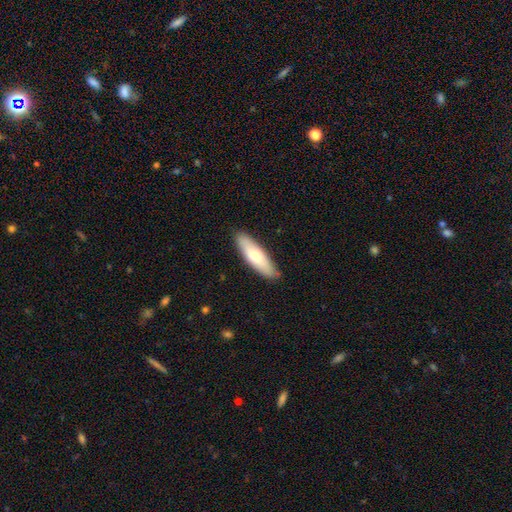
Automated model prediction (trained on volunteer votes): Overall: smooth (61%; featured or disk 34%). How rounded: cigar-shaped (51%; in between 47%). Merging: none (87%).